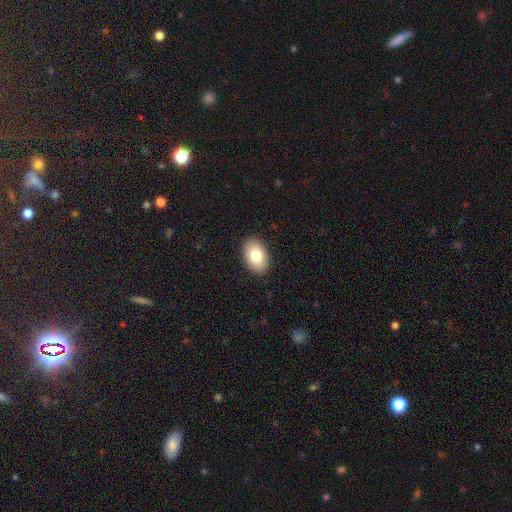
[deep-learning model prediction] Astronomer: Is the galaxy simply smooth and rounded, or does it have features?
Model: smooth — 81%.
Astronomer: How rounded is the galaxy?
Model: in between — 89%.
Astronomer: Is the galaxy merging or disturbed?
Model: none — 90%.